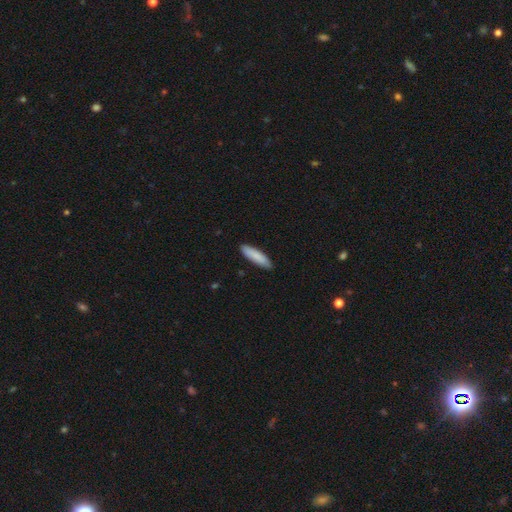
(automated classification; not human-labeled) This is clearly a smooth galaxy (87%). How rounded: likely cigar-shaped (67%). Merging: clearly none (88%).